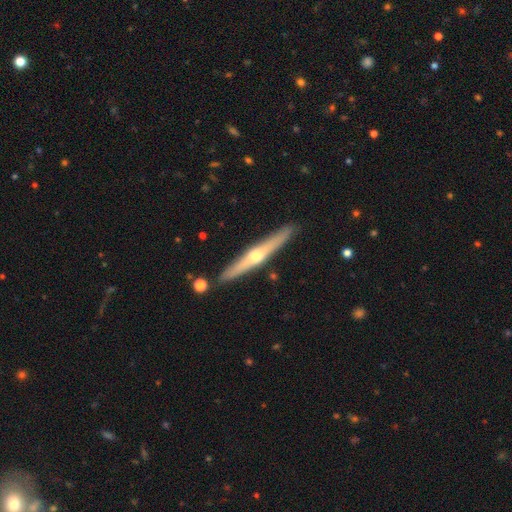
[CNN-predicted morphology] Smooth or featured?
  - featured or disk: 70% *
  - smooth: 25%
  - star or artifact: 5%
Edge-on disk?
  - yes: 97% *
  - no: 3%
Edge-on bulge?
  - rounded: 91% *
  - none: 6%
  - boxy: 3%
Merging?
  - none: 89% *
  - minor disturbance: 7%
  - merger: 2%
  - major disturbance: 1%